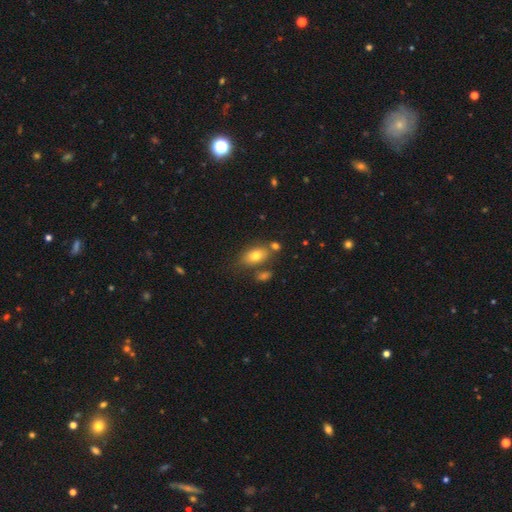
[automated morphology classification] Smooth or featured? smooth (77%)
How rounded? in between (87%)
Merging? none (65%)